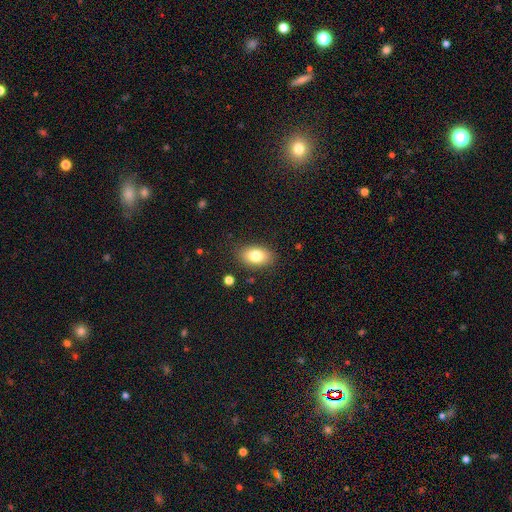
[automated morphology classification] This appears to be a smooth galaxy with no disk features (81%) that is in between round and cigar-shaped (89%). Merging: none (85%).